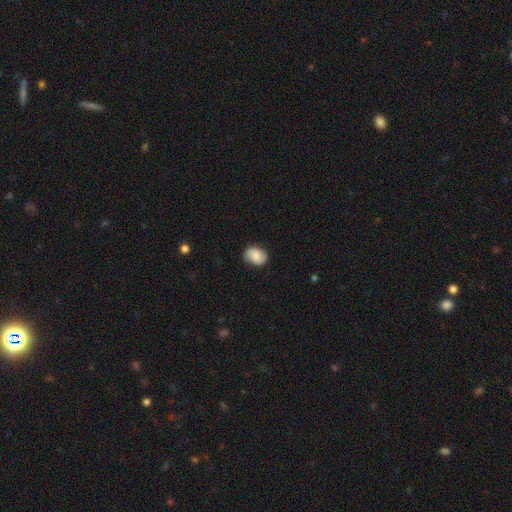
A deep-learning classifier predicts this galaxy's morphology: smooth-or-featured: smooth: 68% | featured or disk: 24% | star or artifact: 8%
  how-rounded: in between: 57% | round: 42% | cigar-shaped: 1%
  merging: none: 80% | minor disturbance: 16% | major disturbance: 4% | merger: 1%